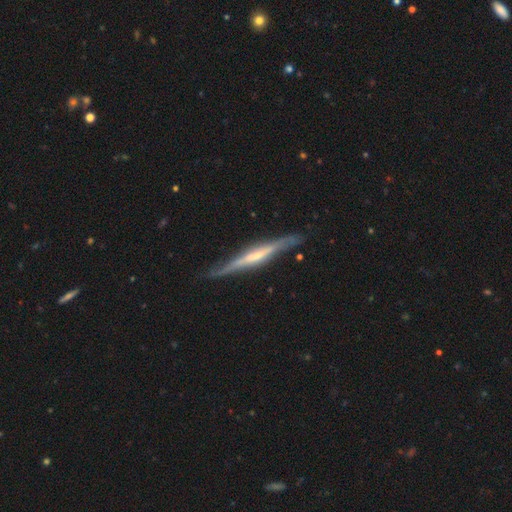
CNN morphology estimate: This appears to be a featured or disk galaxy (74%) viewed edge-on (95%) with a rounded central bulge (41%). Merging: none (81%).